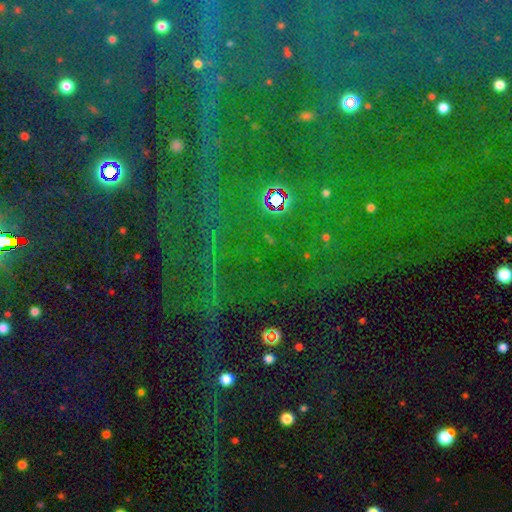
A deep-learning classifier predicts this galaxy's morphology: The model was most divided on "smooth or featured": star or artifact: 84%, smooth: 8%, featured or disk: 8%.